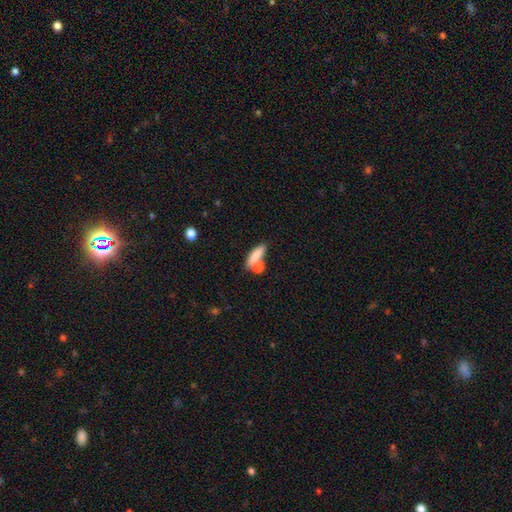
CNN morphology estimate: Smooth or featured? smooth (79%)
How rounded? cigar-shaped (49%)
Merging? none (52%)